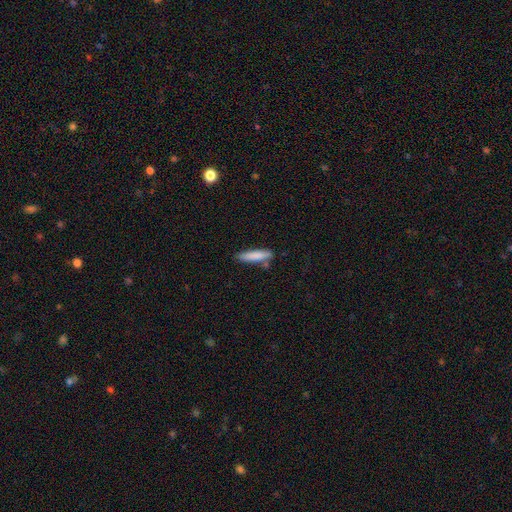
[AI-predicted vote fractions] Q: Smooth or featured?
A: smooth (81%); runner-up: featured or disk (13%)
Q: How rounded?
A: cigar-shaped (82%); runner-up: in between (16%)
Q: Merging?
A: none (73%); runner-up: minor disturbance (17%)